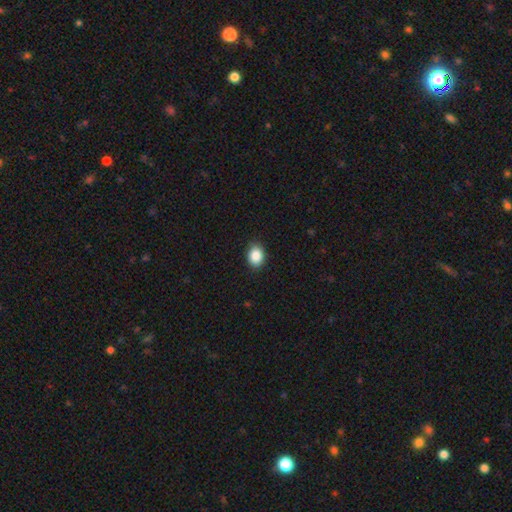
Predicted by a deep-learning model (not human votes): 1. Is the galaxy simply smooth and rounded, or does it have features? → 88% smooth, 8% star or artifact, 4% featured or disk.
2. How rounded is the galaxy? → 64% in between, 35% round, 1% cigar-shaped.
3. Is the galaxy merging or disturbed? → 88% none, 9% minor disturbance, 2% major disturbance, 1% merger.